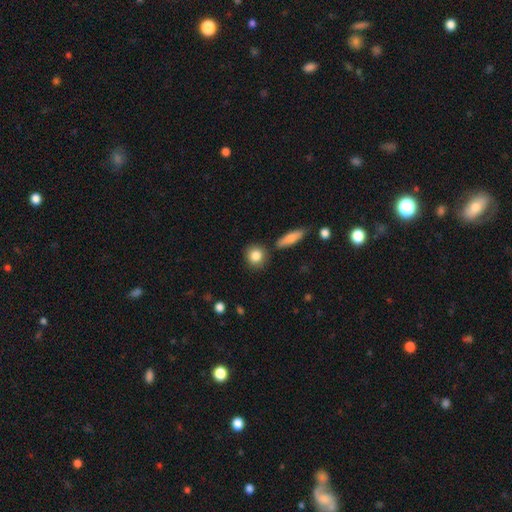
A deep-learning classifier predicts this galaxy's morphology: smooth_or_featured: smooth (p=0.85) [alt: featured or disk p=0.07]
how_rounded: round (p=0.82) [alt: in between p=0.15]
merging: none (p=0.82) [alt: minor disturbance p=0.09]